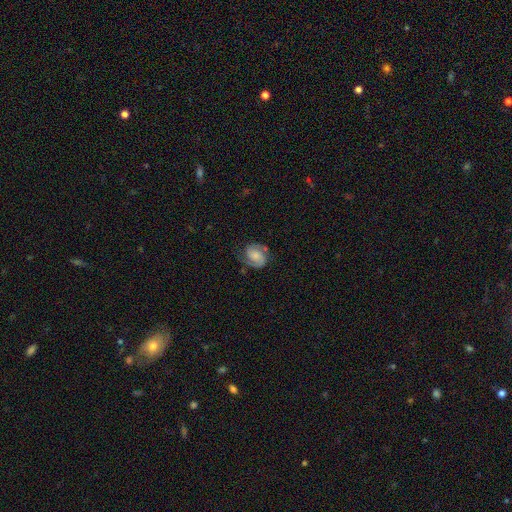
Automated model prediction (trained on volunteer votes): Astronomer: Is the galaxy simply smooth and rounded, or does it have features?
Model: featured or disk — 74%.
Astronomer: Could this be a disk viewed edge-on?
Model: no — 98%.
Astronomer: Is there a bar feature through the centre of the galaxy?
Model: no — 60%.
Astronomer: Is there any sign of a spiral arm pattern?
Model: yes — 95%.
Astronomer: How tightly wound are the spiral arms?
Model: medium — 45% (runner-up: tight, 39%).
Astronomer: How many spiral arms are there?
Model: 2 — 88%.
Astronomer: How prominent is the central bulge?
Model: small — 38% (runner-up: moderate, 35%).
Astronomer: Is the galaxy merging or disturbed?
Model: none — 70%.